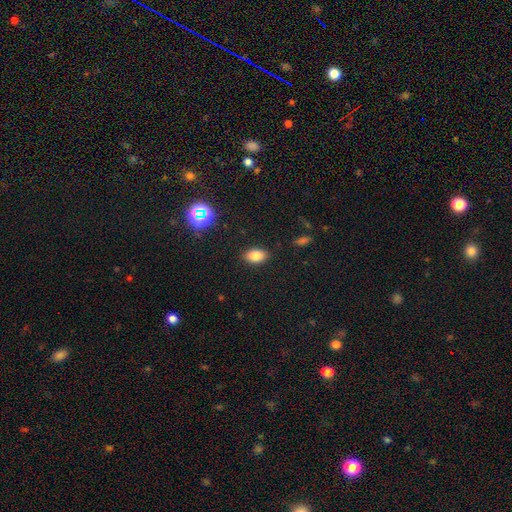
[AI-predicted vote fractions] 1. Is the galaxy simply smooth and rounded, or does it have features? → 80% smooth, 12% star or artifact, 7% featured or disk.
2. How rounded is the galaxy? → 86% in between, 12% round, 2% cigar-shaped.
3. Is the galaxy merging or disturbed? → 87% none, 9% minor disturbance, 3% major disturbance, 1% merger.